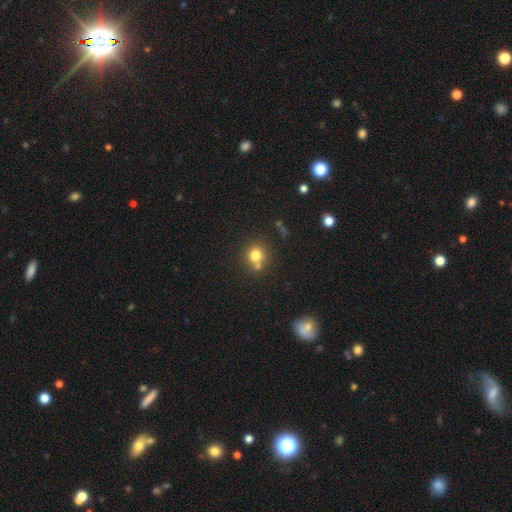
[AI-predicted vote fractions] Smooth or featured? smooth (78%)
How rounded? round (85%)
Merging? none (63%)